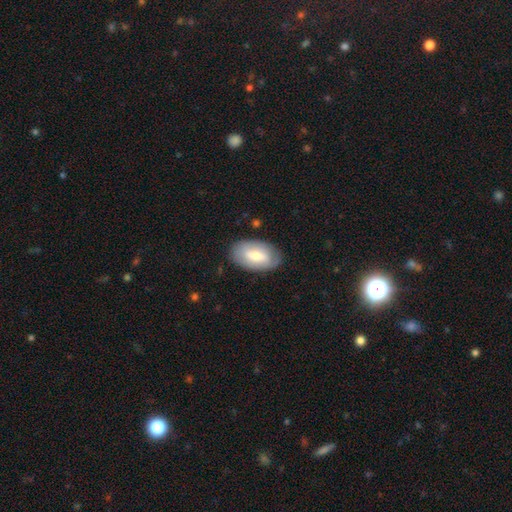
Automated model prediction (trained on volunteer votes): Smooth or featured?
  - smooth: 59% *
  - featured or disk: 35%
  - star or artifact: 6%
How rounded?
  - in between: 93% *
  - round: 4%
  - cigar-shaped: 2%
Merging?
  - none: 82% *
  - minor disturbance: 13%
  - major disturbance: 4%
  - merger: 1%